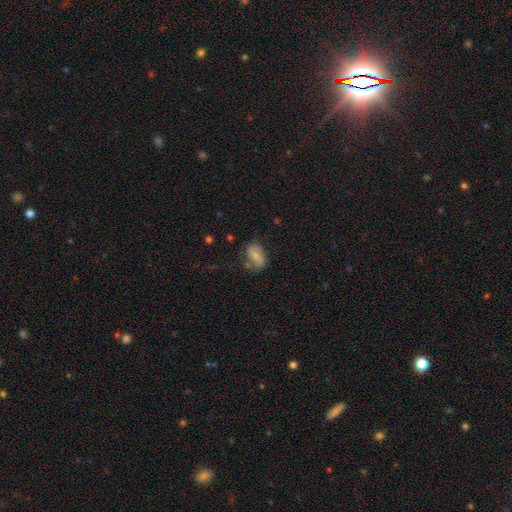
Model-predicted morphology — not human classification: Smooth or featured?
  - smooth: 65% *
  - featured or disk: 26%
  - star or artifact: 8%
How rounded?
  - in between: 87% *
  - round: 10%
  - cigar-shaped: 2%
Merging?
  - none: 60% *
  - minor disturbance: 25%
  - major disturbance: 10%
  - merger: 5%